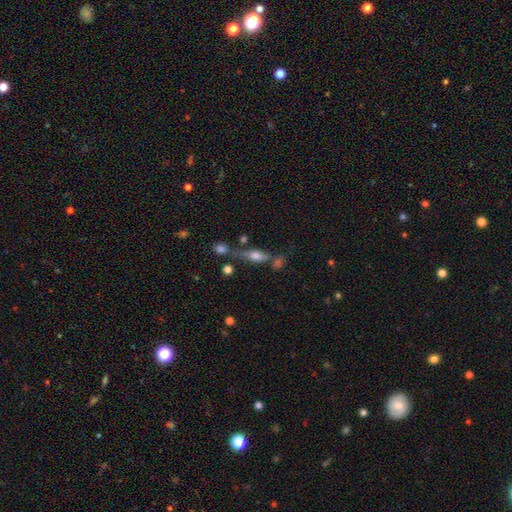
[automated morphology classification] Smooth or featured?
  - smooth: 57% *
  - featured or disk: 33%
  - star or artifact: 11%
How rounded?
  - in between: 57% *
  - cigar-shaped: 38%
  - round: 5%
Merging?
  - none: 47% *
  - merger: 23%
  - minor disturbance: 19%
  - major disturbance: 11%